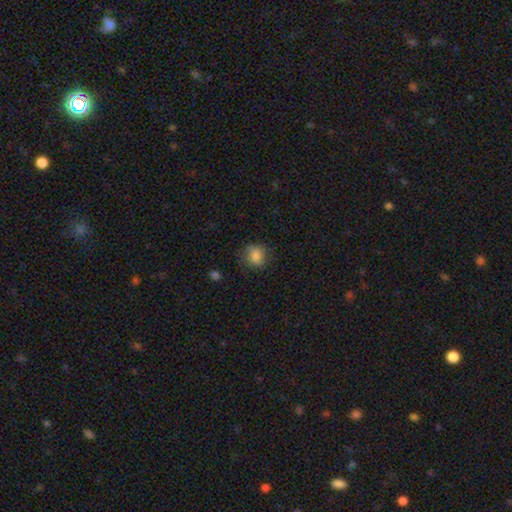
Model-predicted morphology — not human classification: Smooth or featured: smooth — 85% (star or artifact — 9%)
How rounded: round — 81% (in between — 18%)
Merging: none — 77% (minor disturbance — 17%)